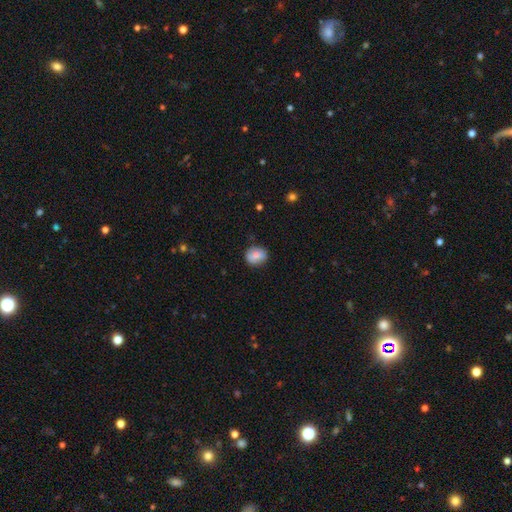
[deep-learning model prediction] The model was most divided on "how rounded": round: 66%, in between: 33%, cigar-shaped: 1%. More confident: merging — none (81%); smooth or featured — smooth (74%).